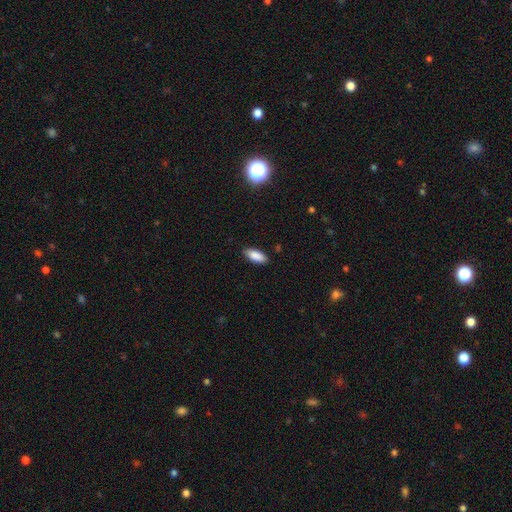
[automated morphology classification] This appears to be a smooth galaxy with no disk features (89%) that is in between round and cigar-shaped (85%). Merging: none (87%).